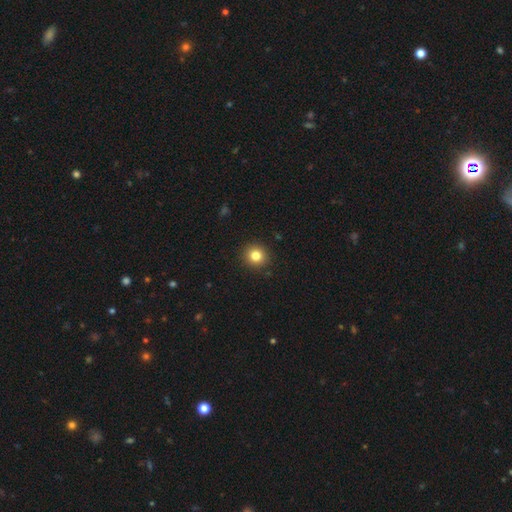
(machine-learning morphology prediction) Overall: smooth (82%). How rounded: round (91%). Merging: none (92%).